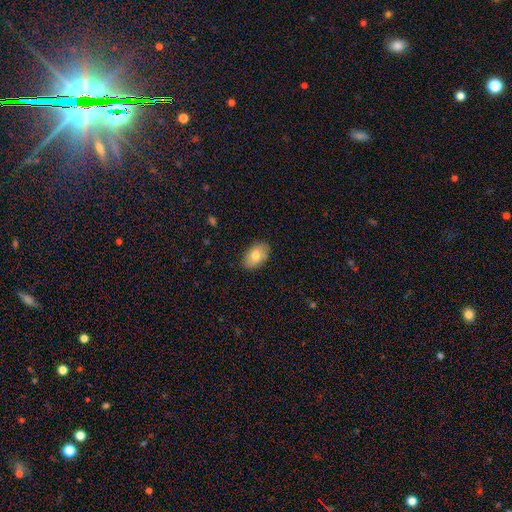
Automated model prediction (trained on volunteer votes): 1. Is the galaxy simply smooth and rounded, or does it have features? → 78% smooth, 15% featured or disk, 7% star or artifact.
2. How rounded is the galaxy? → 89% in between, 10% round, 1% cigar-shaped.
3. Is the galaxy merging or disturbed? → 87% none, 10% minor disturbance, 2% major disturbance, 1% merger.